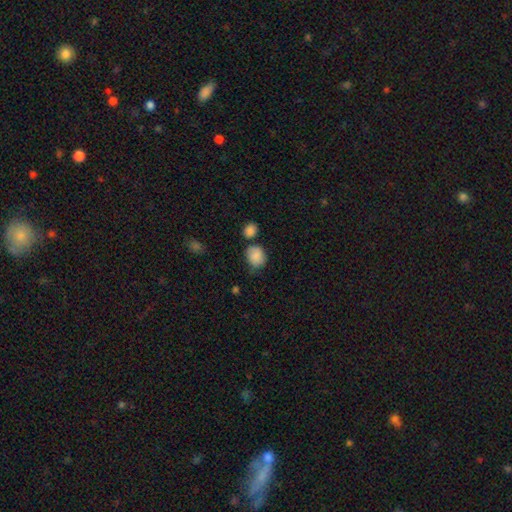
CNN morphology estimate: type=smooth (85%); roundness=round (60%); merging=none (58%).